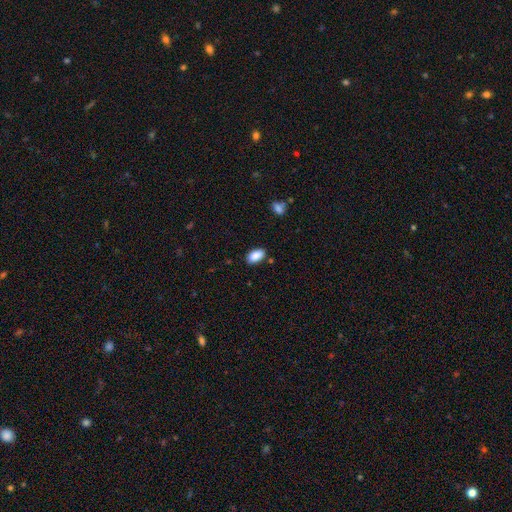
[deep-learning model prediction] A smooth galaxy with no disk features (88%) that is in between round and cigar-shaped (93%). Merging: none (85%).